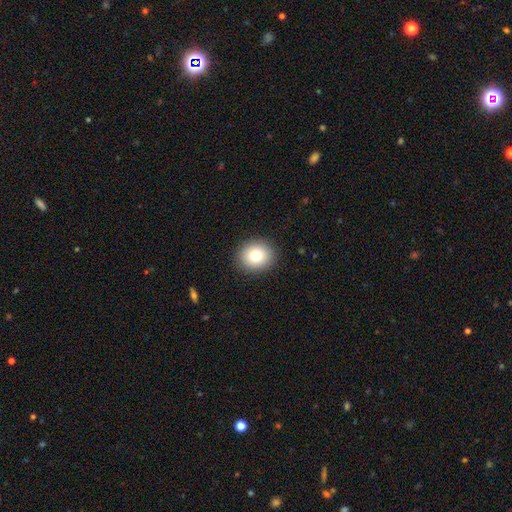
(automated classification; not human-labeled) smooth 79%, featured or disk 11%, star or artifact 10%. Down the decision tree: how rounded — round (77%); merging — none (90%).